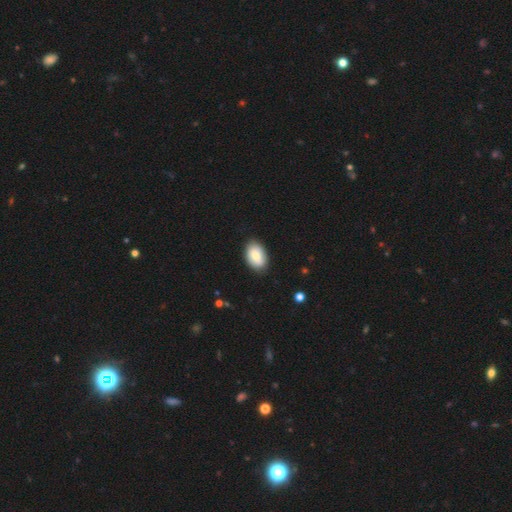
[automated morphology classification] A smooth galaxy with no disk features (77%) that is in between round and cigar-shaped (87%). Merging: none (86%).